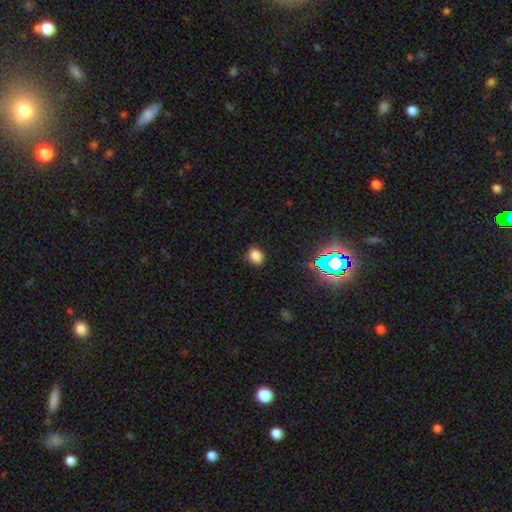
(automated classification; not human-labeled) This appears to be a smooth galaxy with no disk features (79%) that is in between round and cigar-shaped (52%). Merging: none (84%).